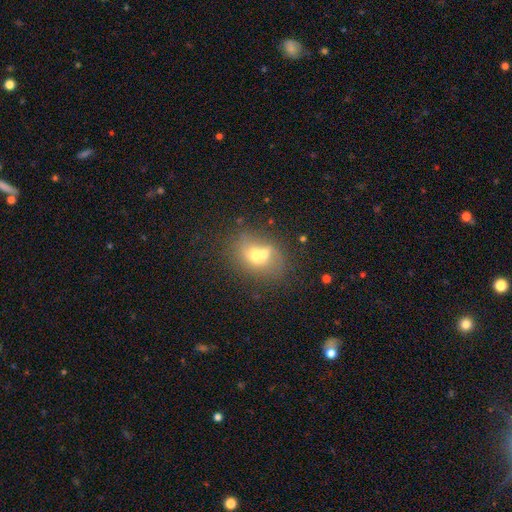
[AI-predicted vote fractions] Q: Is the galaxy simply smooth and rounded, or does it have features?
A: smooth — 56%.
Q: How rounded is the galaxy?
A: round — 53%.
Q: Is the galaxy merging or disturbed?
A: merger — 61%.